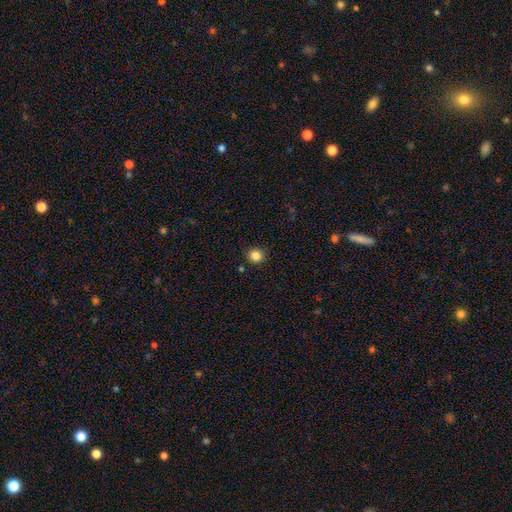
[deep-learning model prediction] Smooth or featured? Predicted: smooth (p=0.85). How rounded? Predicted: round (p=0.93). Merging? Predicted: none (p=0.91).